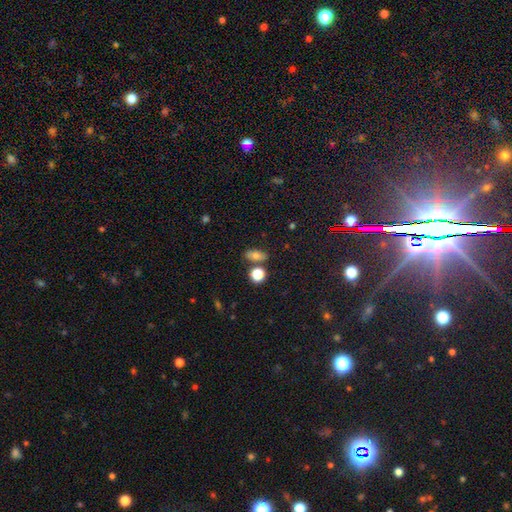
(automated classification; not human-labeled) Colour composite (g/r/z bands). It shows a smooth galaxy with no disk features (71%) that is in between round and cigar-shaped (74%). Merging: none (70%).